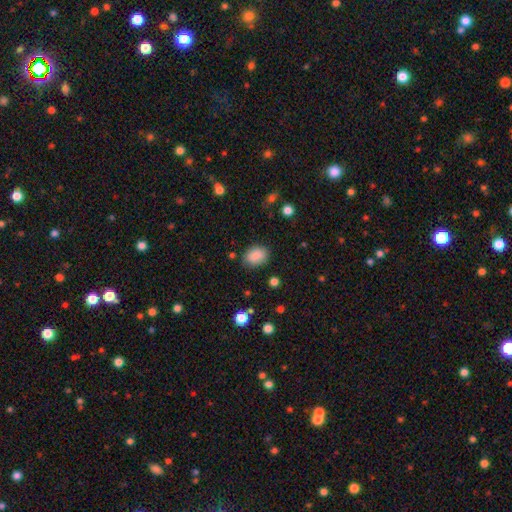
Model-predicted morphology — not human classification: Overall: smooth (88%). How rounded: in between (78%). Merging: none (82%).